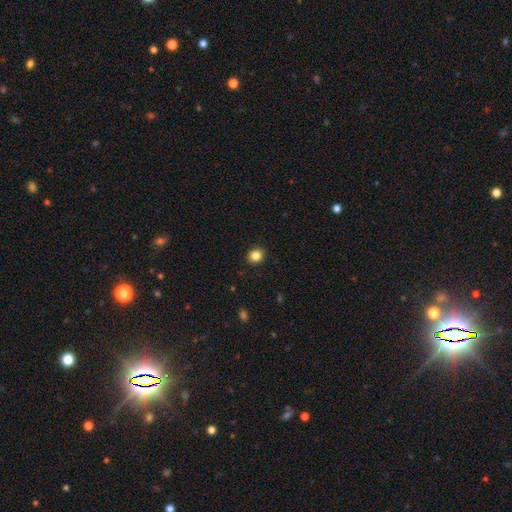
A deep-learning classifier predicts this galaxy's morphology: smooth-or-featured: smooth: 84% | star or artifact: 11% | featured or disk: 4%
  how-rounded: round: 82% | in between: 18% | cigar-shaped: 1%
  merging: none: 92% | minor disturbance: 5% | major disturbance: 2% | merger: 1%